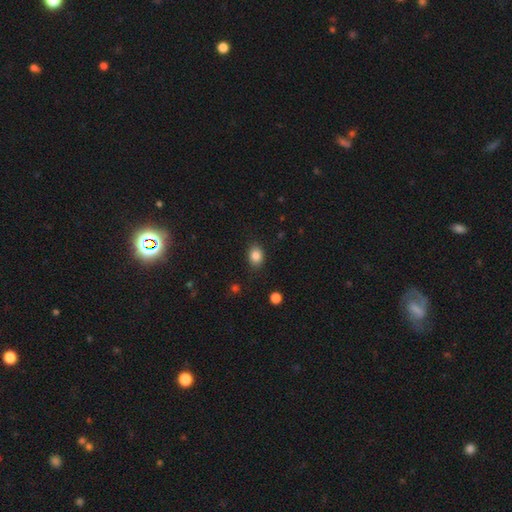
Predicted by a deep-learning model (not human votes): This is clearly a smooth galaxy (85%). How rounded: likely in between (60%). Merging: clearly none (85%).